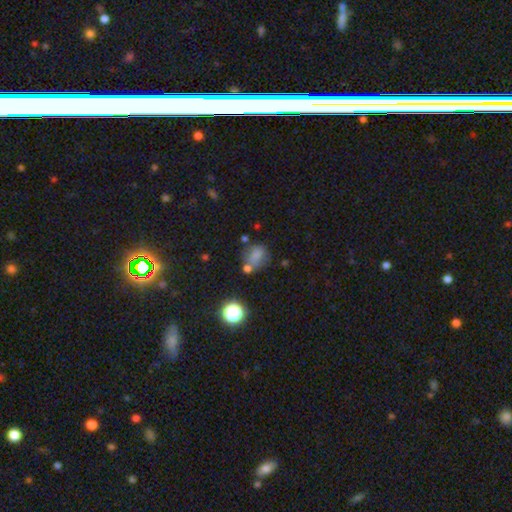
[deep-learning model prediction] Morphology: type=smooth (66%); roundness=round (52%); merging=none (44%).